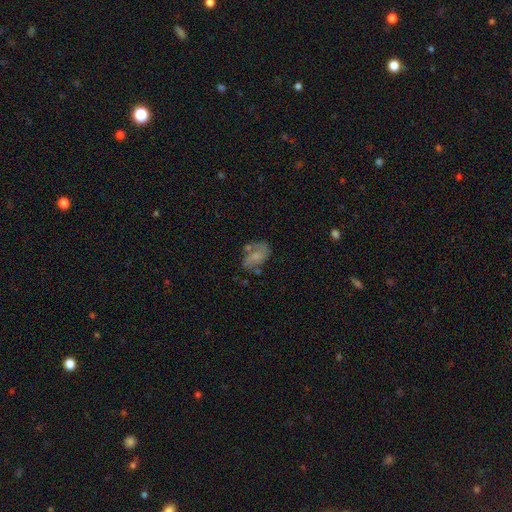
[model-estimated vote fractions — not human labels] Morphology: type=featured or disk (51%); edge-on=no (97%); merging=none (44%).